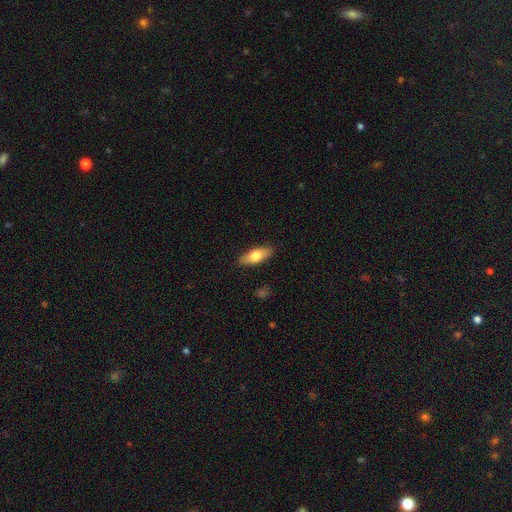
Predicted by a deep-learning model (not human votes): smooth 71%, featured or disk 24%, star or artifact 6%. Down the decision tree: how rounded — in between (74%); merging — none (88%).